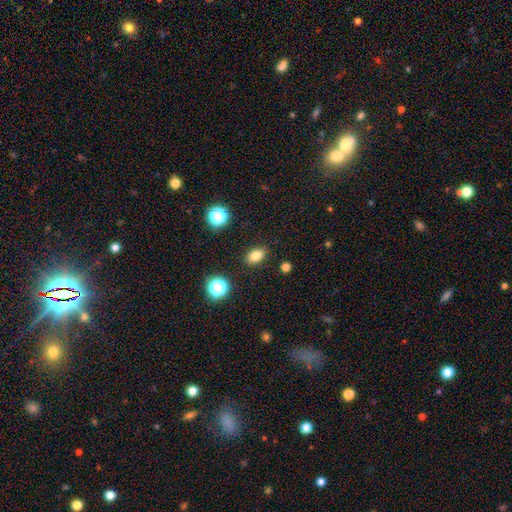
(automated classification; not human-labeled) Q: Smooth or featured?
A: smooth (80%); runner-up: star or artifact (13%)
Q: How rounded?
A: in between (77%); runner-up: round (21%)
Q: Merging?
A: none (87%); runner-up: minor disturbance (9%)